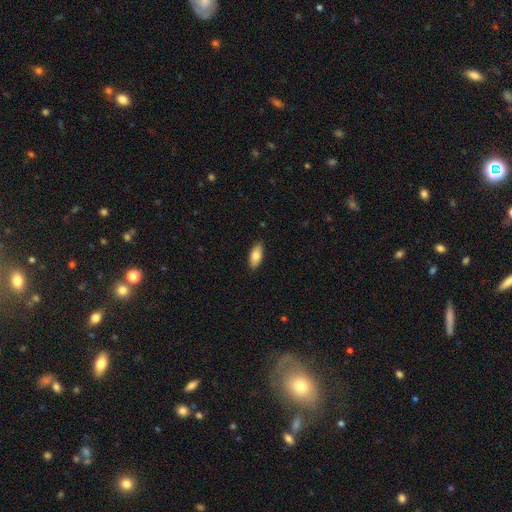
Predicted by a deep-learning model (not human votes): smooth-or-featured: smooth: 82% | featured or disk: 12% | star or artifact: 6%
  how-rounded: in between: 87% | cigar-shaped: 11% | round: 2%
  merging: none: 87% | minor disturbance: 10% | major disturbance: 2% | merger: 1%